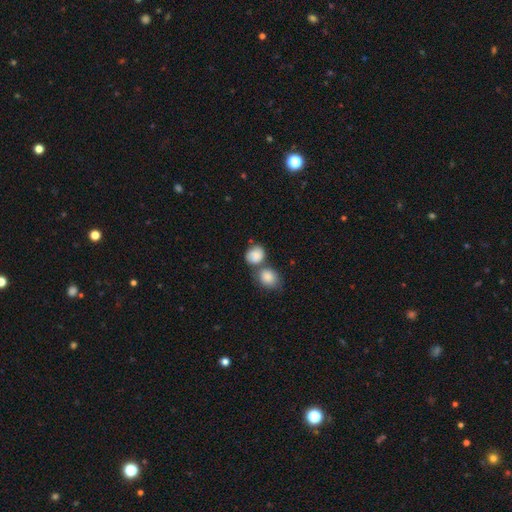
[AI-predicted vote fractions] smooth-or-featured: smooth: 83% | featured or disk: 10% | star or artifact: 7%
  how-rounded: round: 60% | in between: 39% | cigar-shaped: 1%
  merging: merger: 53% | none: 31% | minor disturbance: 11% | major disturbance: 5%